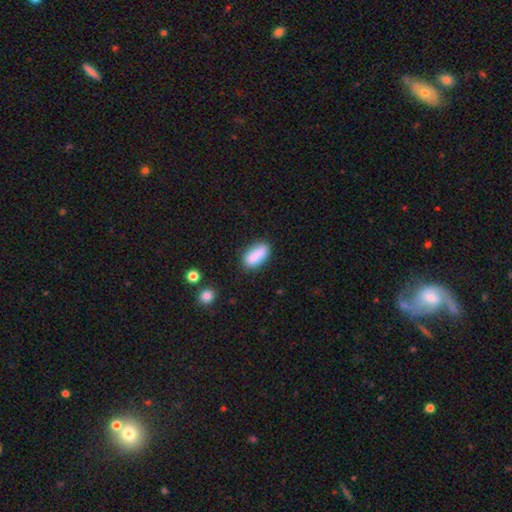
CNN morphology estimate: smooth-or-featured: smooth: 85% | featured or disk: 7% | star or artifact: 7%
  how-rounded: in between: 86% | cigar-shaped: 11% | round: 3%
  merging: none: 75% | minor disturbance: 17% | merger: 5% | major disturbance: 4%